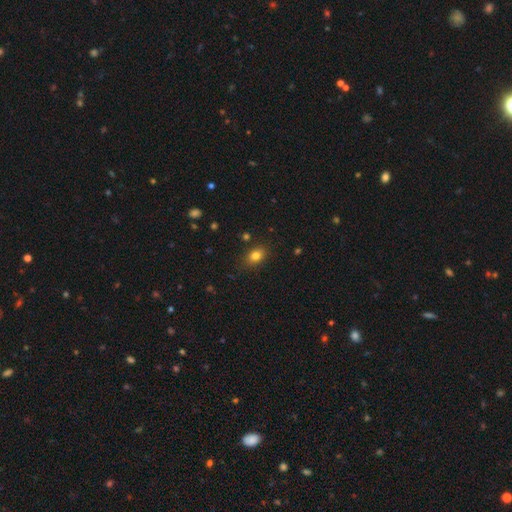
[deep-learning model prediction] A smooth galaxy with no disk features (80%) that is in between round and cigar-shaped (73%).

Vote fractions:
- Smooth or featured? smooth: 80% / star or artifact: 11% / featured or disk: 8%
- How rounded? in between: 73% / round: 26% / cigar-shaped: 2%
- Merging? none: 84% / minor disturbance: 11% / major disturbance: 3% / merger: 2%